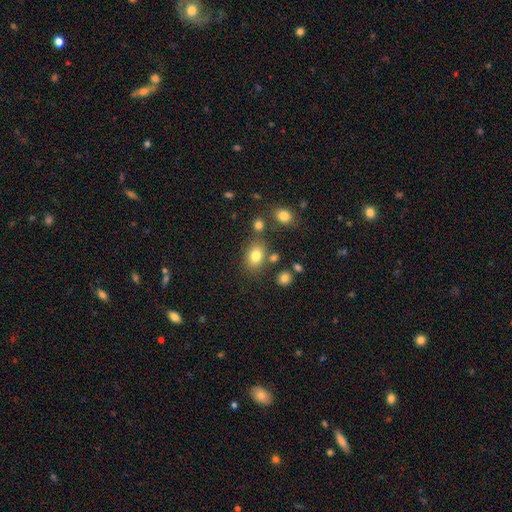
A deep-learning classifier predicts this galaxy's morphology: Smooth or featured: smooth — 80% (star or artifact — 11%)
How rounded: in between — 68% (round — 30%)
Merging: none — 72% (minor disturbance — 13%)